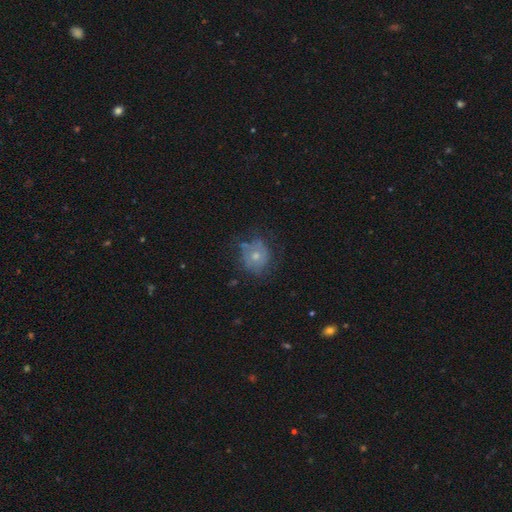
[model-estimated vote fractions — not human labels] smooth-or-featured: smooth: 50% | featured or disk: 40% | star or artifact: 11%
  merging: none: 56% | minor disturbance: 26% | major disturbance: 15% | merger: 3%